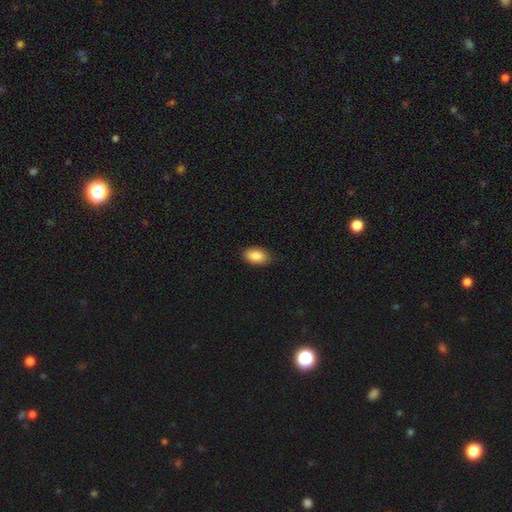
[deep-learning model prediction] Smooth or featured: smooth — 87% (star or artifact — 7%)
How rounded: in between — 92% (round — 6%)
Merging: none — 83% (minor disturbance — 13%)